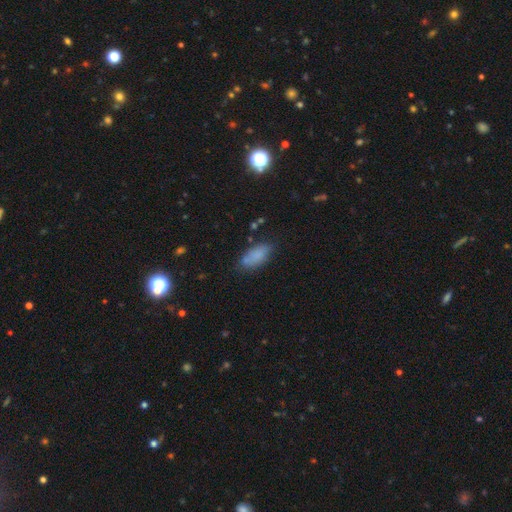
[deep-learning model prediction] Smooth or featured?
  - smooth: 81% *
  - star or artifact: 10%
  - featured or disk: 9%
How rounded?
  - in between: 86% *
  - cigar-shaped: 11%
  - round: 3%
Merging?
  - none: 71% *
  - minor disturbance: 20%
  - major disturbance: 5%
  - merger: 4%